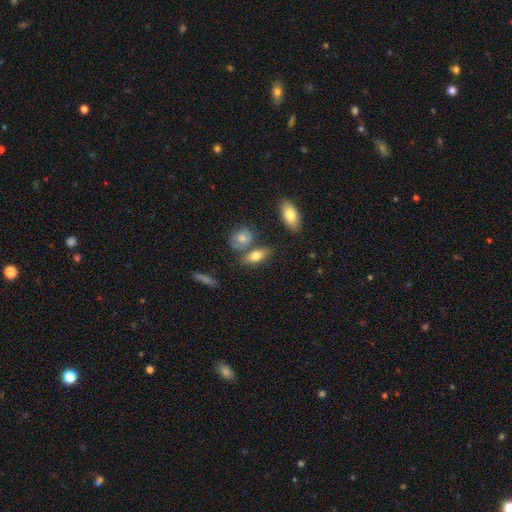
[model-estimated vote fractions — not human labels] Morphology: type=smooth (73%); roundness=in between (76%); merging=none (64%).